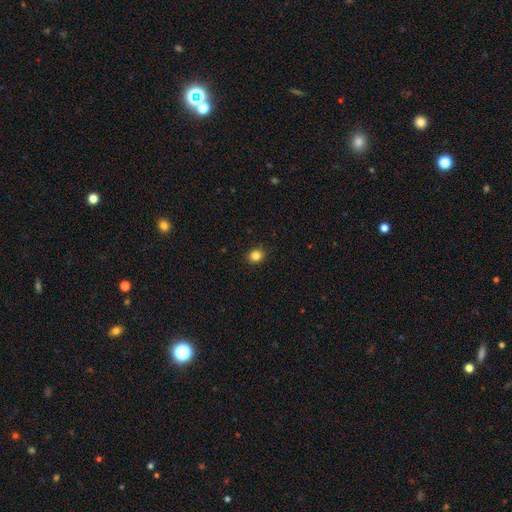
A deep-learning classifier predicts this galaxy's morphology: Smooth or featured? Predicted: smooth (p=0.84). How rounded? Predicted: round (p=0.78). Merging? Predicted: none (p=0.91).